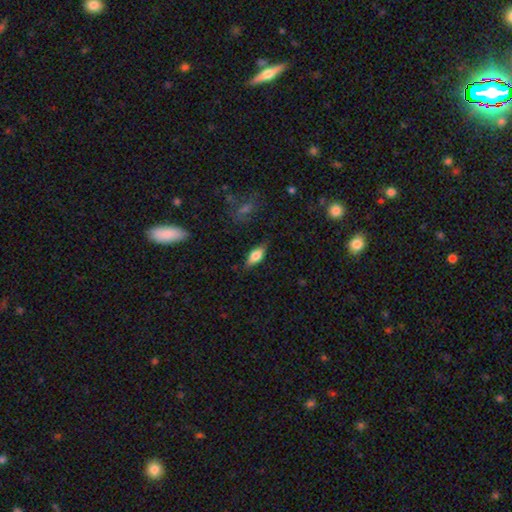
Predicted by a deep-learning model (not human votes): smooth 68%, featured or disk 25%, star or artifact 7%. Down the decision tree: how rounded — in between (77%); merging — none (80%).